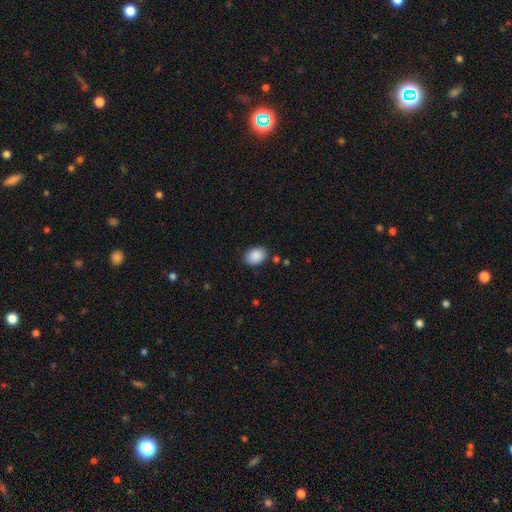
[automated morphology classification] smooth_or_featured: smooth (p=0.89) [alt: star or artifact p=0.07]
how_rounded: in between (p=0.75) [alt: round p=0.24]
merging: none (p=0.83) [alt: minor disturbance p=0.12]